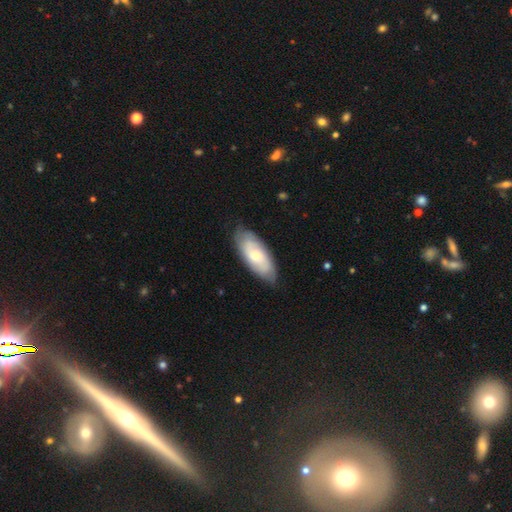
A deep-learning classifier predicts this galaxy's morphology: This is possibly a featured or disk galaxy (48%). Merging: likely none (79%).